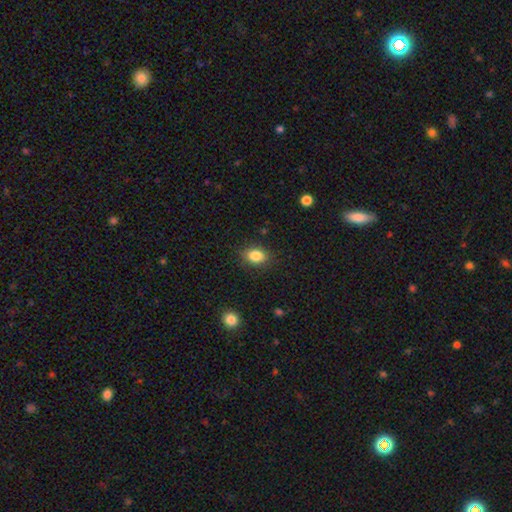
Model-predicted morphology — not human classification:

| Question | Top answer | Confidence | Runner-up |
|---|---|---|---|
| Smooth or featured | smooth | 85% | star or artifact (9%) |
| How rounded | in between | 71% | round (28%) |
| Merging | none | 85% | minor disturbance (11%) |